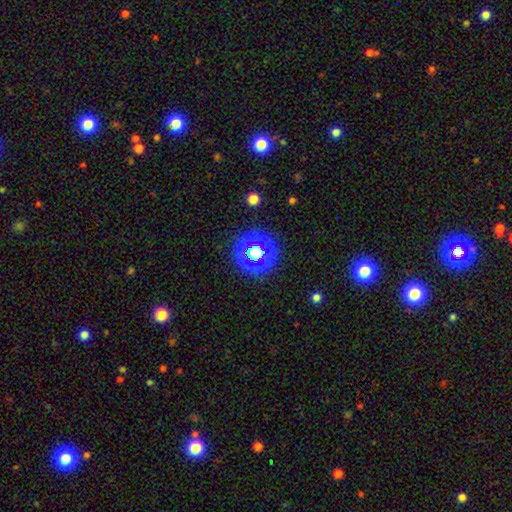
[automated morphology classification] Smooth or featured?
  - star or artifact: 58% *
  - smooth: 29%
  - featured or disk: 13%